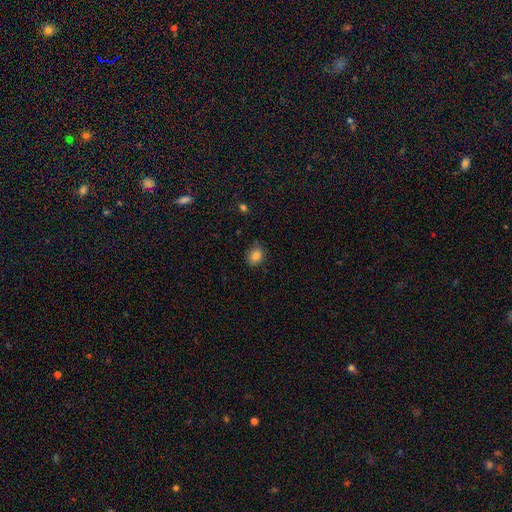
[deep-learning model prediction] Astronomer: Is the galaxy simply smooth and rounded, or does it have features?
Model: smooth — 84%.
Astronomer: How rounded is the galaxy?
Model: in between — 50% (runner-up: round, 49%).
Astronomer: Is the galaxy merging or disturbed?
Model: none — 79%.